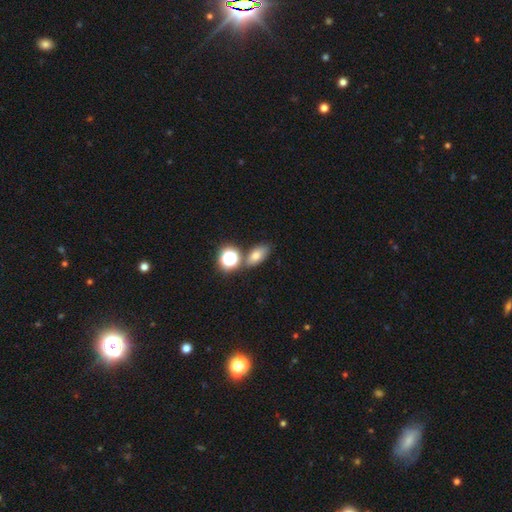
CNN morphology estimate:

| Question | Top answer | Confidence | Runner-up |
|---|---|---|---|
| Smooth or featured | smooth | 70% | star or artifact (17%) |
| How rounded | in between | 80% | round (16%) |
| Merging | none | 70% | merger (15%) |